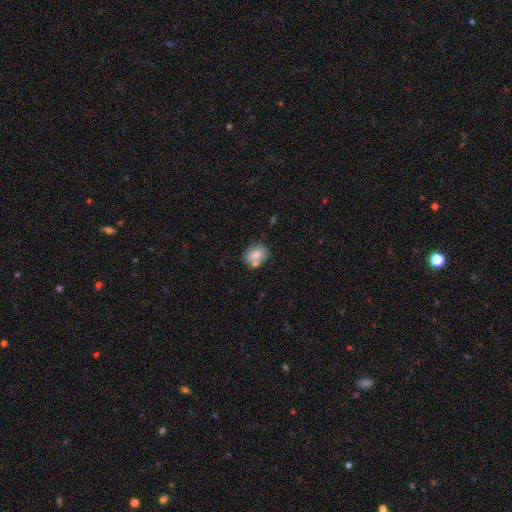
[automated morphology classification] smooth-or-featured: smooth: 81% | featured or disk: 11% | star or artifact: 8%
  how-rounded: round: 53% | in between: 46% | cigar-shaped: 1%
  merging: none: 61% | merger: 19% | minor disturbance: 16% | major disturbance: 4%